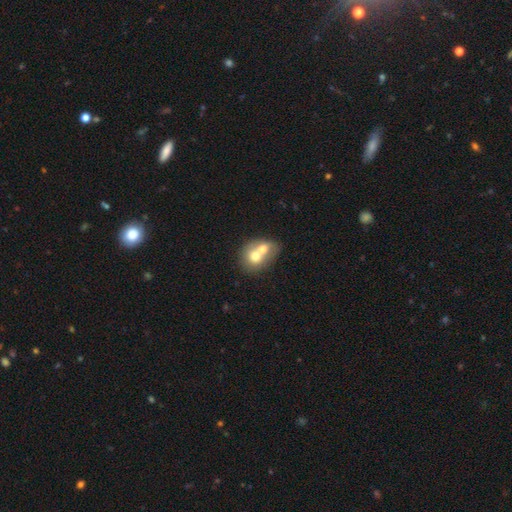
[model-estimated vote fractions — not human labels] Smooth or featured? smooth (63%)
How rounded? round (57%)
Merging? merger (73%)